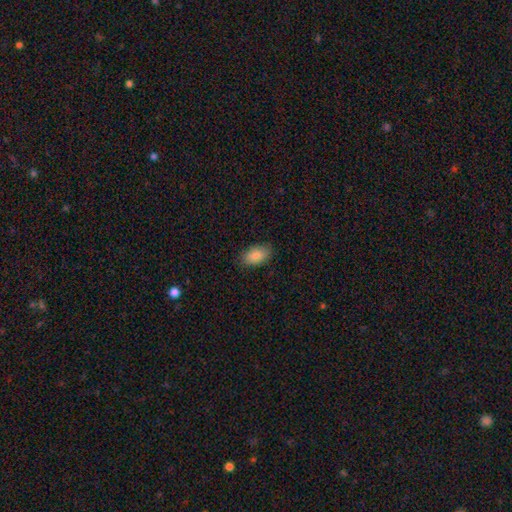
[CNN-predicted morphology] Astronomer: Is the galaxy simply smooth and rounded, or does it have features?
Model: smooth — 86%.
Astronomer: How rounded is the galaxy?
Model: in between — 93%.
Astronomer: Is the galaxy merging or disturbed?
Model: none — 85%.